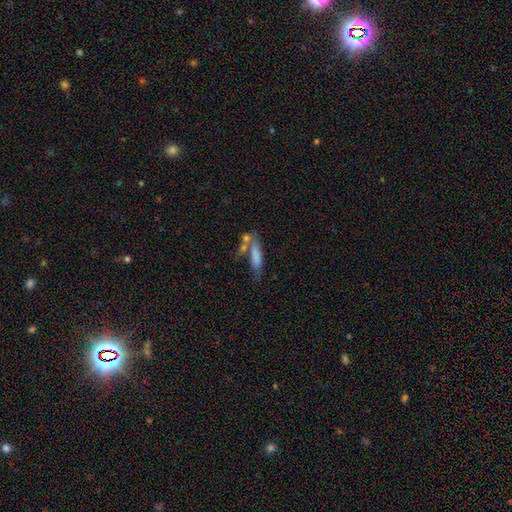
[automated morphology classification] smooth-or-featured: smooth: 74% | featured or disk: 18% | star or artifact: 8%
  how-rounded: cigar-shaped: 66% | in between: 32% | round: 3%
  merging: none: 44% | merger: 30% | minor disturbance: 17% | major disturbance: 9%